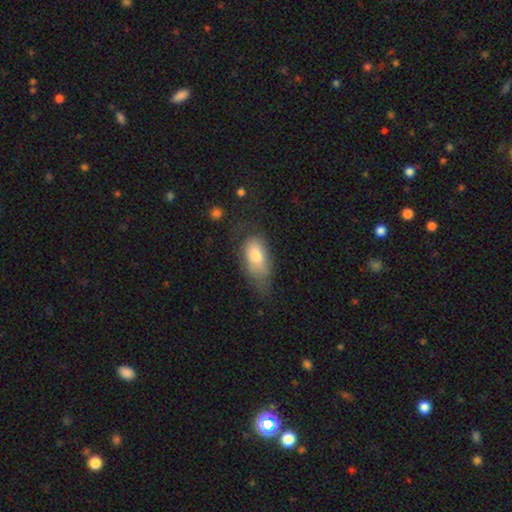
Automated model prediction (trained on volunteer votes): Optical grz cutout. It shows a smooth galaxy with no disk features (74%) that is in between round and cigar-shaped (88%). Merging: none (40%).